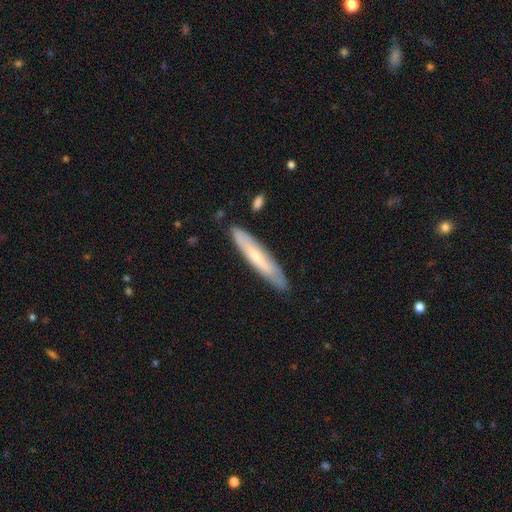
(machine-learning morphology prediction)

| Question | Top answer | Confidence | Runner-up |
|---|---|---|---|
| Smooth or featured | smooth | 51% | featured or disk (43%) |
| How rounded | cigar-shaped | 88% | in between (11%) |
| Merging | none | 82% | minor disturbance (13%) |